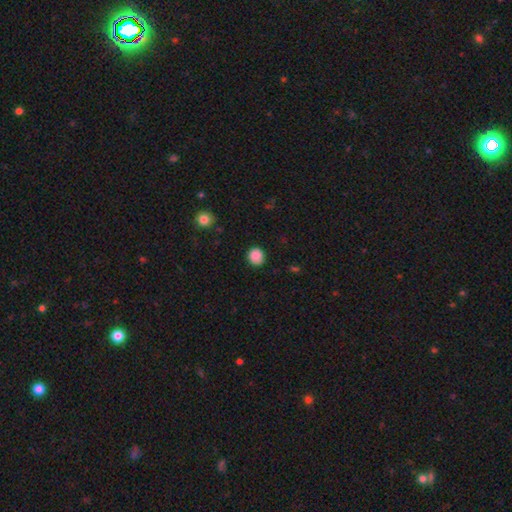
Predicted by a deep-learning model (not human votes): Q: Smooth or featured?
A: smooth (88%); runner-up: star or artifact (9%)
Q: How rounded?
A: round (85%); runner-up: in between (14%)
Q: Merging?
A: none (87%); runner-up: minor disturbance (10%)